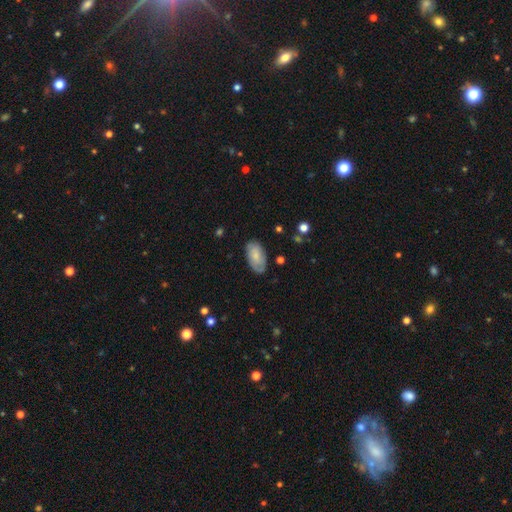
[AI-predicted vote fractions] Smooth or featured?
  - smooth: 66% *
  - featured or disk: 27%
  - star or artifact: 6%
How rounded?
  - in between: 94% *
  - round: 3%
  - cigar-shaped: 2%
Merging?
  - none: 78% *
  - minor disturbance: 17%
  - major disturbance: 4%
  - merger: 1%